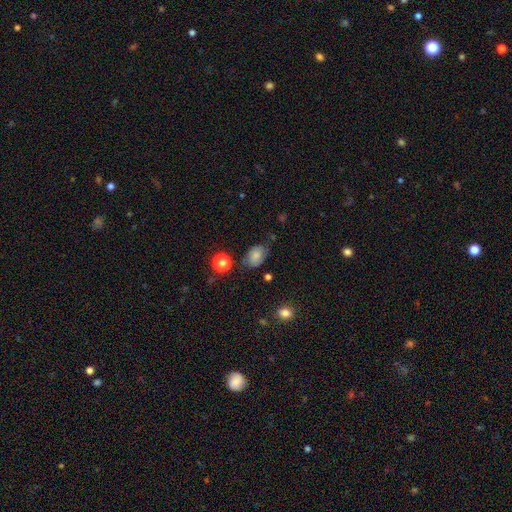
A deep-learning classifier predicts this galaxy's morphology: Smooth or featured: smooth — 69% (featured or disk — 20%)
How rounded: in between — 80% (round — 18%)
Merging: none — 64% (minor disturbance — 25%)